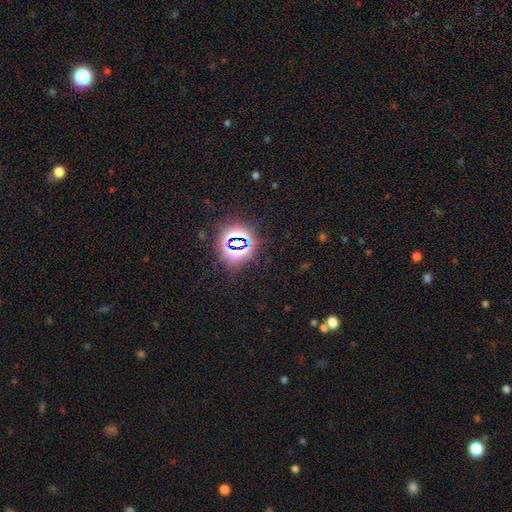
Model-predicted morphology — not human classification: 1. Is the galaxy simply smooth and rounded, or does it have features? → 81% star or artifact, 12% smooth, 7% featured or disk.